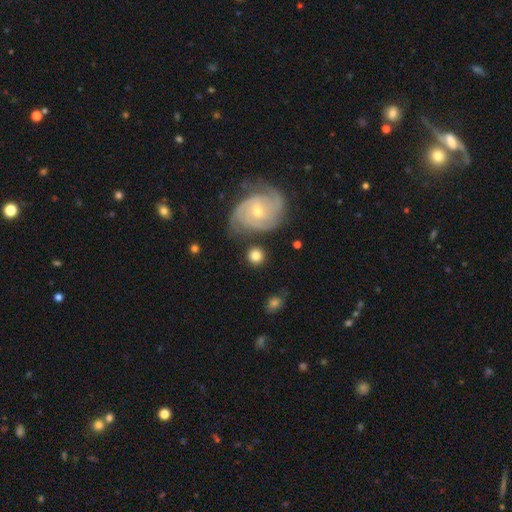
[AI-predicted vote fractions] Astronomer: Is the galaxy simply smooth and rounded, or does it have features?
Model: smooth — 73%.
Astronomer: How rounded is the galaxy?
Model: round — 87%.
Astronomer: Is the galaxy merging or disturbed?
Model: none — 80%.